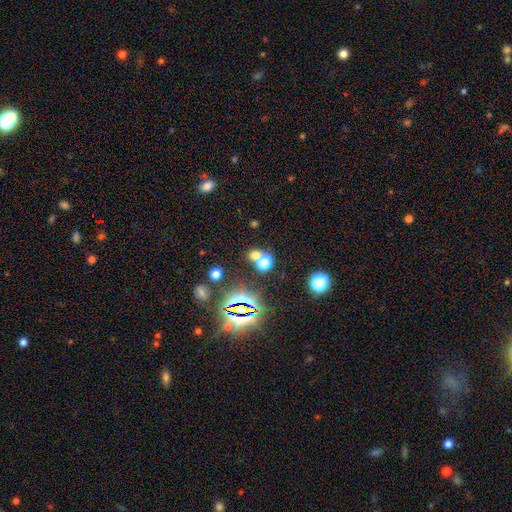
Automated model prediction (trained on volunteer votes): Smooth or featured? smooth (55%)
How rounded? round (75%)
Merging? none (54%)